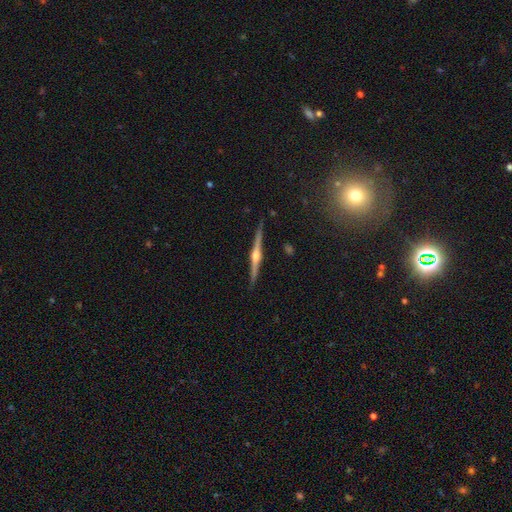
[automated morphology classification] A featured or disk galaxy (84%) viewed edge-on (99%) with a rounded central bulge (94%). Merging: none (90%).